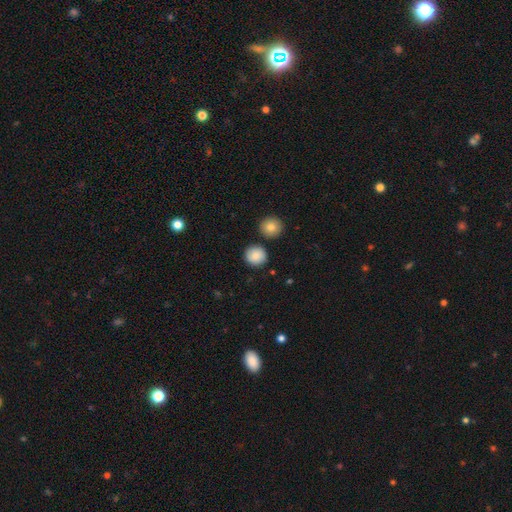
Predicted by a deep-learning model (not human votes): Smooth or featured?
  - smooth: 86% *
  - star or artifact: 8%
  - featured or disk: 6%
How rounded?
  - round: 91% *
  - in between: 8%
  - cigar-shaped: 1%
Merging?
  - none: 85% *
  - minor disturbance: 8%
  - merger: 5%
  - major disturbance: 2%